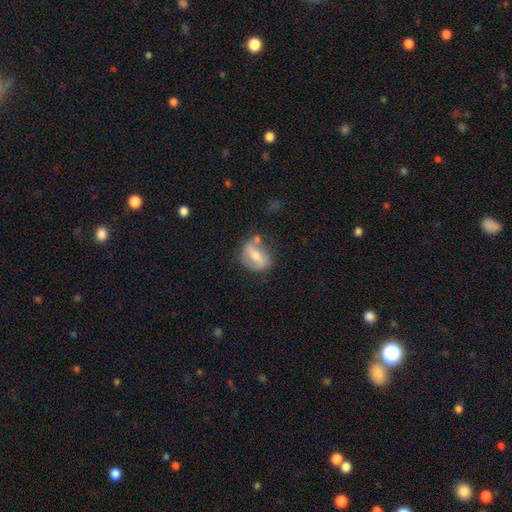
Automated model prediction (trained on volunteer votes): A featured or disk galaxy (55%) with a strong bar (47%), spiral arms (62%) and a moderate central bulge (57%). Merging: none (56%).